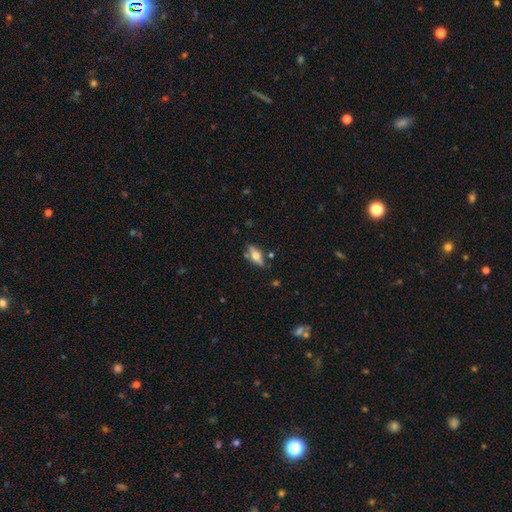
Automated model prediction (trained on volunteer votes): This appears to be a featured or disk galaxy (53%) viewed edge-on (87%). Merging: none (75%).